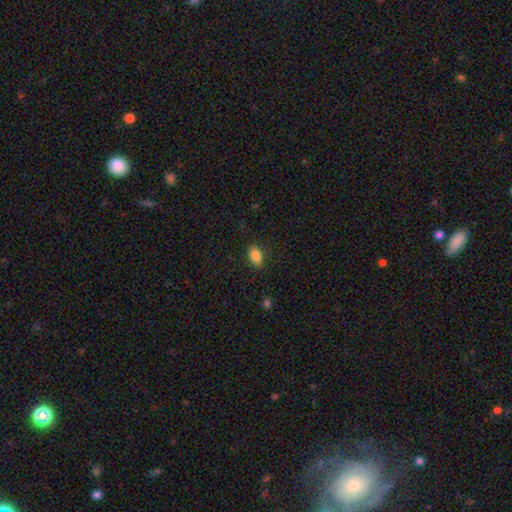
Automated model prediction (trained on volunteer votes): This appears to be a smooth galaxy with no disk features (85%) that is in between round and cigar-shaped (84%). Merging: none (86%).